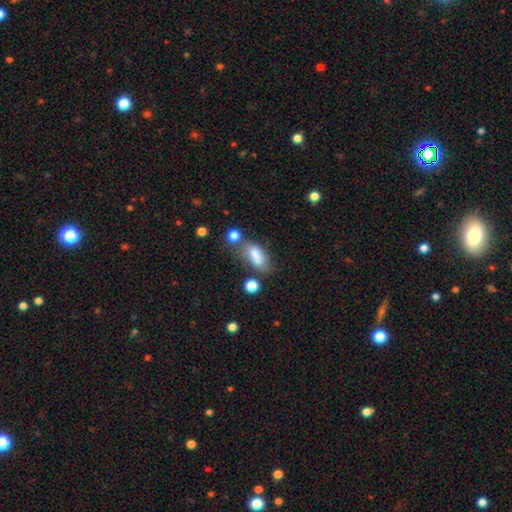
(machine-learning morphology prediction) Smooth or featured: smooth — 75% (featured or disk — 15%)
How rounded: in between — 81% (cigar-shaped — 14%)
Merging: none — 42% (minor disturbance — 24%)